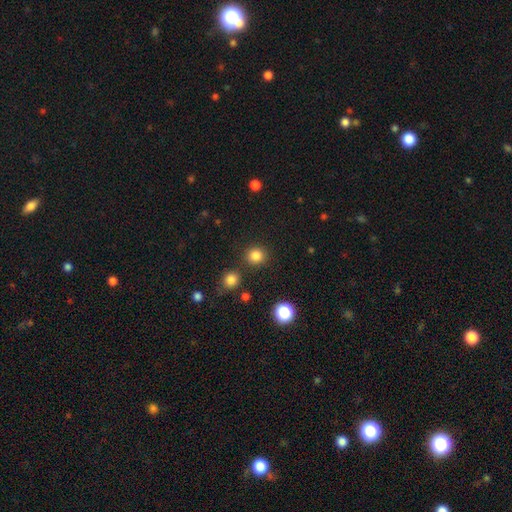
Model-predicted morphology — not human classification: Smooth or featured?
  - smooth: 83% *
  - star or artifact: 13%
  - featured or disk: 4%
How rounded?
  - round: 91% *
  - in between: 8%
  - cigar-shaped: 1%
Merging?
  - none: 87% *
  - minor disturbance: 7%
  - merger: 4%
  - major disturbance: 3%